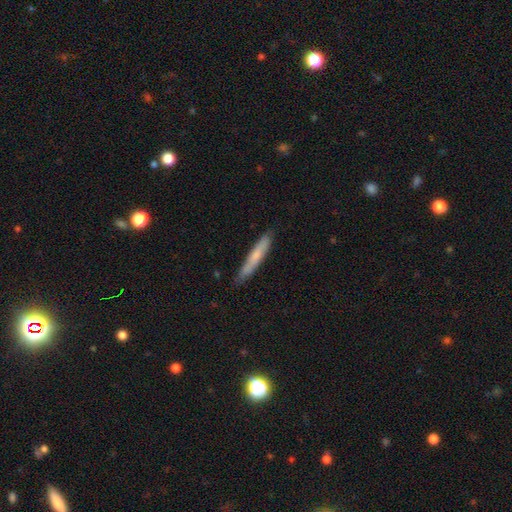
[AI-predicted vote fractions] smooth 65%, featured or disk 29%, star or artifact 6%. Down the decision tree: how rounded — cigar-shaped (94%); merging — none (82%).